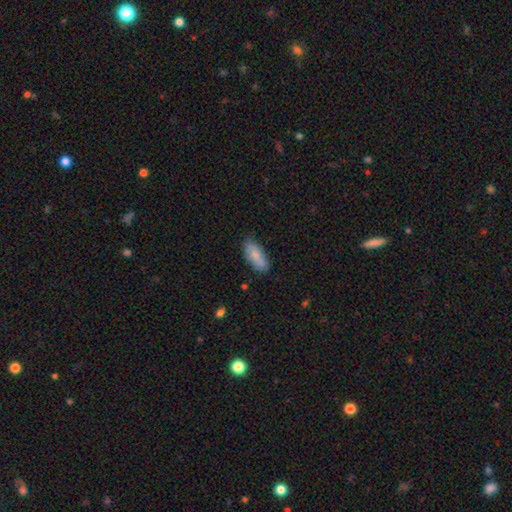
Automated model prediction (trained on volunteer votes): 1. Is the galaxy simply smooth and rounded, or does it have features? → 80% smooth, 14% featured or disk, 6% star or artifact.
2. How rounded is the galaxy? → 83% in between, 14% cigar-shaped, 2% round.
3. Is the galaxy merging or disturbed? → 72% none, 20% minor disturbance, 5% merger, 4% major disturbance.